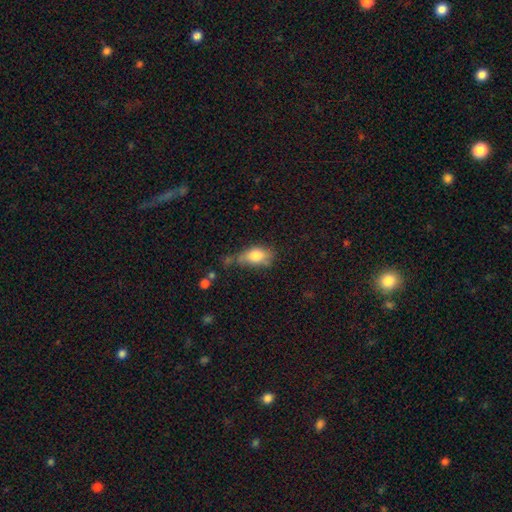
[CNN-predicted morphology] Smooth or featured? Predicted: smooth (p=0.77). How rounded? Predicted: in between (p=0.87). Merging? Predicted: none (p=0.42).